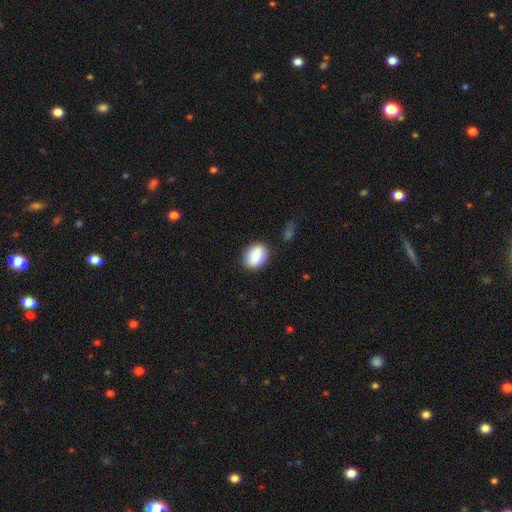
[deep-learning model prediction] Smooth or featured? smooth (86%)
How rounded? in between (71%)
Merging? none (82%)